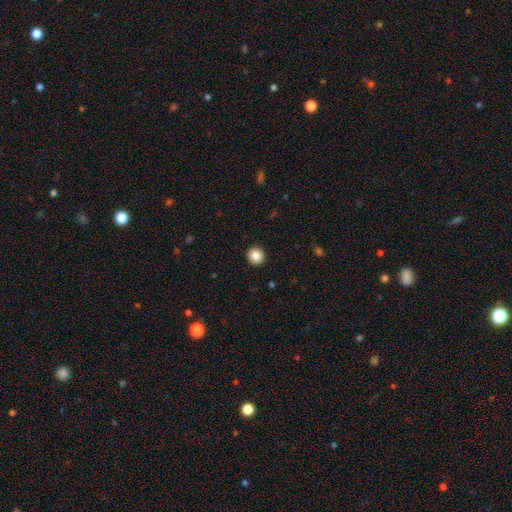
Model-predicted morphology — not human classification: Overall: smooth (86%). How rounded: round (95%). Merging: none (94%).